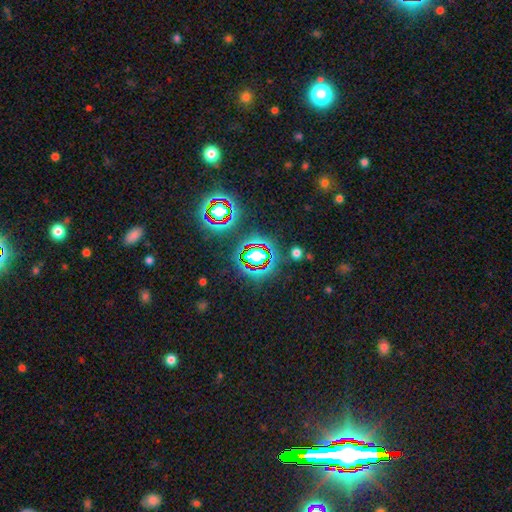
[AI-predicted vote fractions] Q: Smooth or featured?
A: star or artifact (65%); runner-up: smooth (23%)